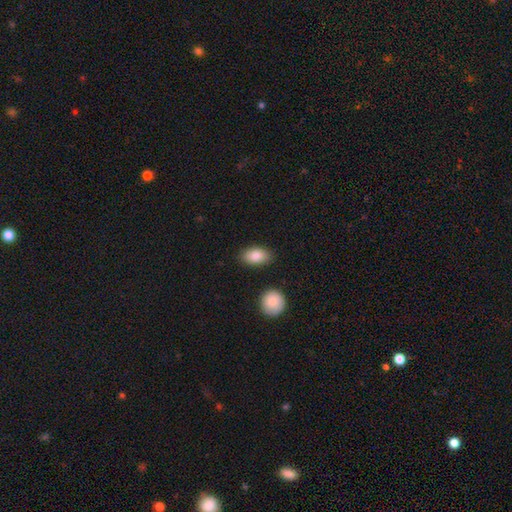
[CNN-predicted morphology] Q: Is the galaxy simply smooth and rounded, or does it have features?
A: smooth — 86%.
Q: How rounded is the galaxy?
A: in between — 91%.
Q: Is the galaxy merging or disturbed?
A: none — 83%.